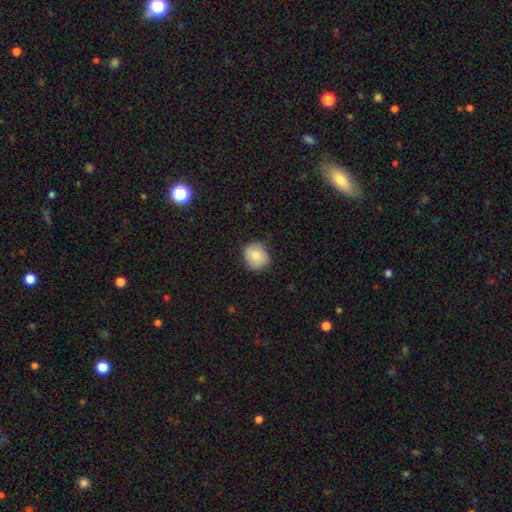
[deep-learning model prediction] The model was most divided on "merging": none: 74%, minor disturbance: 21%, major disturbance: 4%, merger: 1%. More confident: smooth or featured — smooth (79%); how rounded — round (77%).